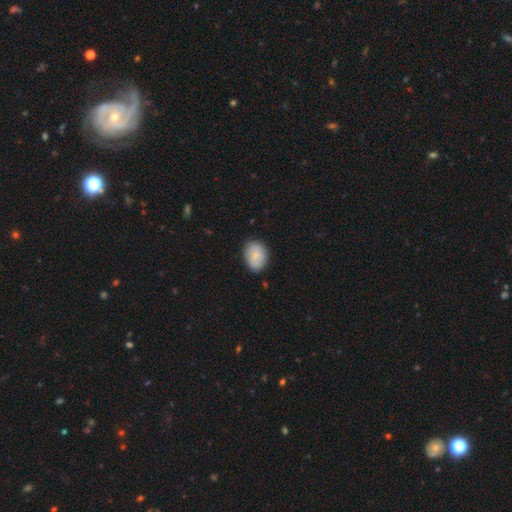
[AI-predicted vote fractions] This appears to be a smooth galaxy with no disk features (80%) that is in between round and cigar-shaped (72%). Merging: none (81%).